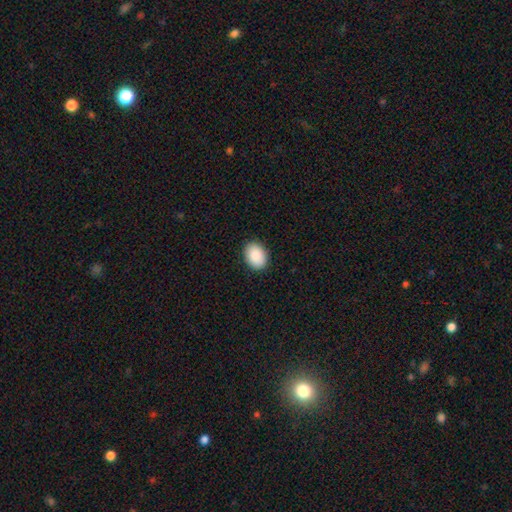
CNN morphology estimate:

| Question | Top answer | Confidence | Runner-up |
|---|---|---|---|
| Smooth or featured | smooth | 90% | star or artifact (6%) |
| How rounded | in between | 74% | round (25%) |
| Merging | none | 90% | minor disturbance (7%) |